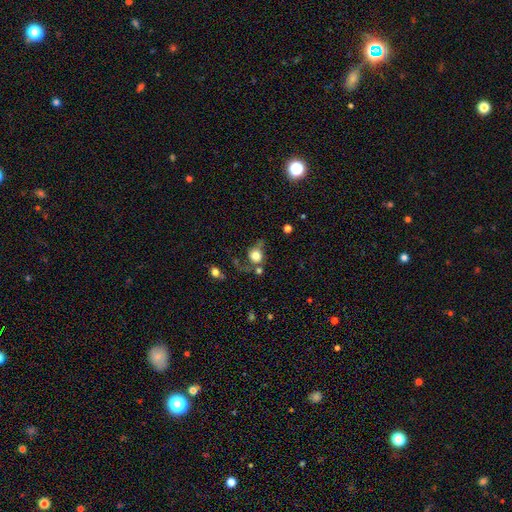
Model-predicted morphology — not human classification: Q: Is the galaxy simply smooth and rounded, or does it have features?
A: smooth — 68%.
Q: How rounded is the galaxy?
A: round — 76%.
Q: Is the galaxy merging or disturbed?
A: none — 42%.